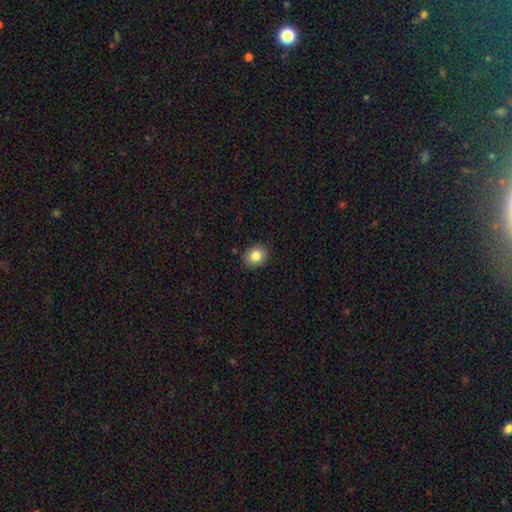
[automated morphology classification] Q: Smooth or featured?
A: smooth (84%); runner-up: star or artifact (9%)
Q: How rounded?
A: round (62%); runner-up: in between (37%)
Q: Merging?
A: none (89%); runner-up: minor disturbance (8%)